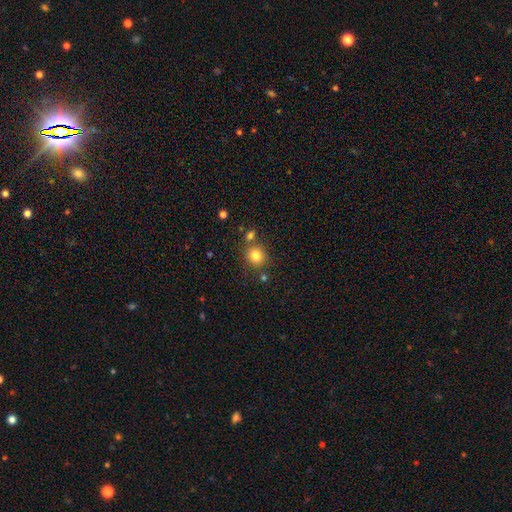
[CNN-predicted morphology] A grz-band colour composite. It shows a smooth galaxy with no disk features (81%) that is round (86%). Merging: none (75%).